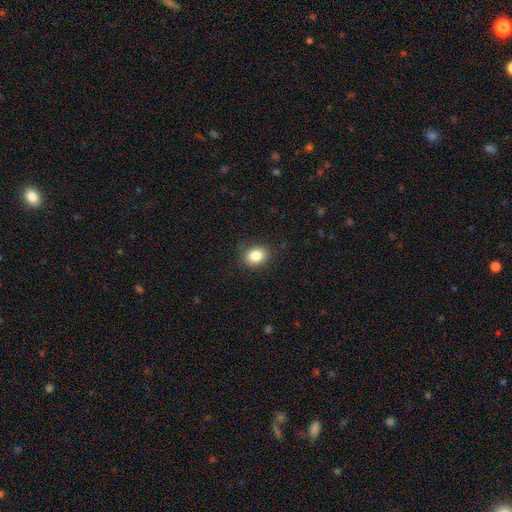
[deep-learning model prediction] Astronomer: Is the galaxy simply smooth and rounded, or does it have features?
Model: smooth — 84%.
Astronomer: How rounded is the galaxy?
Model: round — 54% (runner-up: in between, 45%).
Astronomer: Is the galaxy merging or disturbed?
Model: none — 87%.